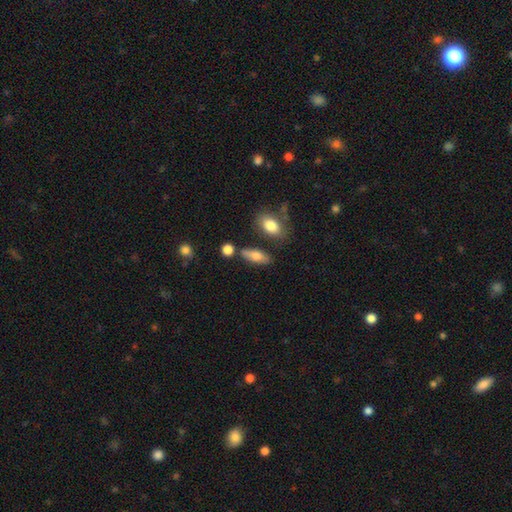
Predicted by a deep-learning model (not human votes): Q: Smooth or featured?
A: smooth (73%); runner-up: featured or disk (20%)
Q: How rounded?
A: in between (68%); runner-up: cigar-shaped (27%)
Q: Merging?
A: none (73%); runner-up: minor disturbance (15%)